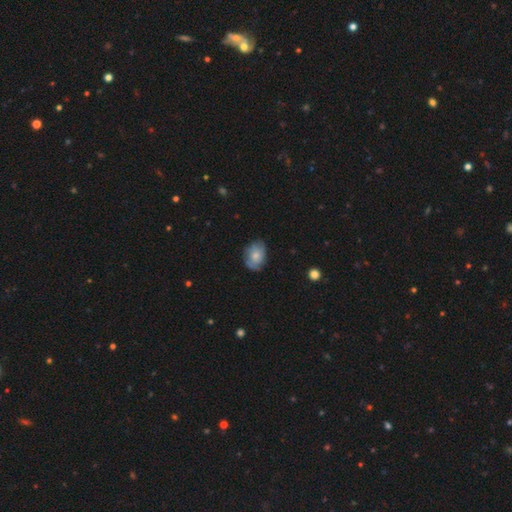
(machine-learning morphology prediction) smooth_or_featured: smooth (p=0.59) [alt: featured or disk p=0.34]
how_rounded: in between (p=0.66) [alt: round p=0.33]
merging: none (p=0.69) [alt: minor disturbance p=0.24]